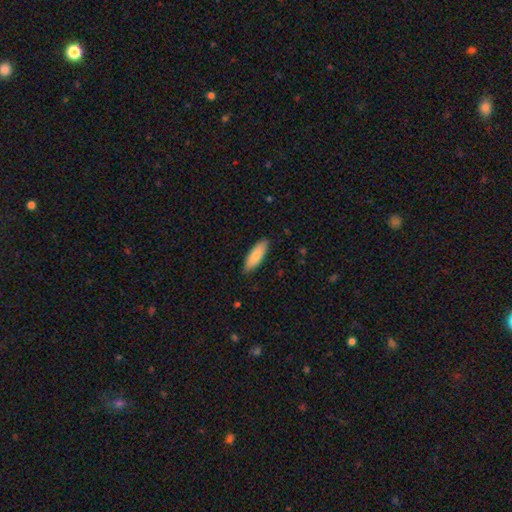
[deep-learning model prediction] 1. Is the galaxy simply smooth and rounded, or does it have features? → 83% smooth, 11% featured or disk, 5% star or artifact.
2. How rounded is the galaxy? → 54% in between, 44% cigar-shaped, 2% round.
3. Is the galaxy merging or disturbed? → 87% none, 10% minor disturbance, 2% major disturbance, 1% merger.